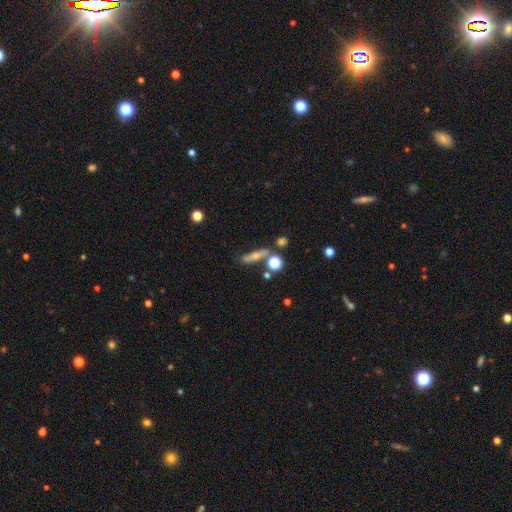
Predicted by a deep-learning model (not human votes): The model was most divided on "smooth or featured": smooth: 51%, featured or disk: 37%, star or artifact: 12%. More confident: how rounded — cigar-shaped (65%); merging — none (63%).